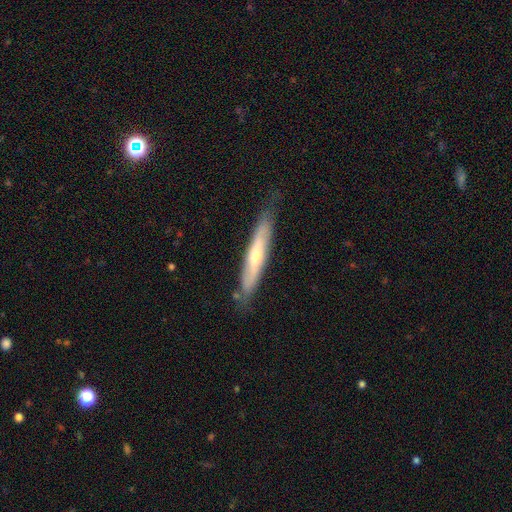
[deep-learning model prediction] Smooth or featured?
  - featured or disk: 56% *
  - smooth: 37%
  - star or artifact: 7%
Edge-on disk?
  - yes: 79% *
  - no: 21%
Merging?
  - none: 81% *
  - minor disturbance: 15%
  - major disturbance: 3%
  - merger: 1%